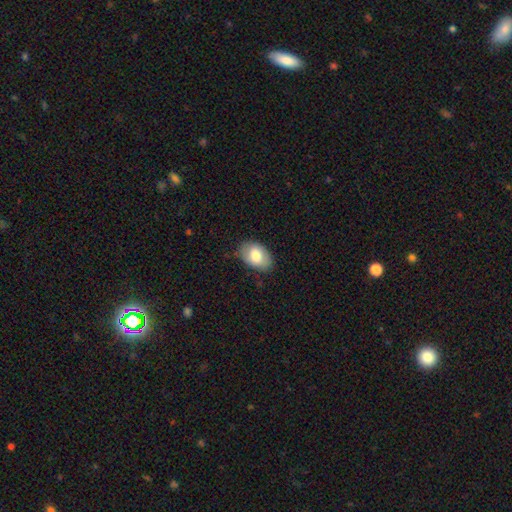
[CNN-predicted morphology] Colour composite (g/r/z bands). It shows a smooth galaxy with no disk features (77%) that is in between round and cigar-shaped (89%). Merging: none (80%).